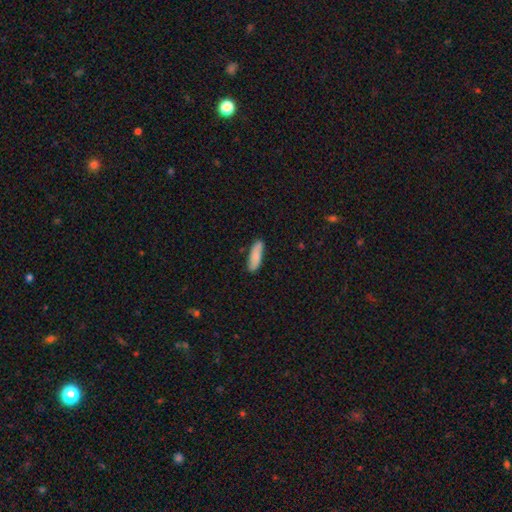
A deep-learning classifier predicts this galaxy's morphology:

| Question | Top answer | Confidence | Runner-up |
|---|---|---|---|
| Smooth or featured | smooth | 80% | featured or disk (15%) |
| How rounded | cigar-shaped | 51% | in between (47%) |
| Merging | none | 84% | minor disturbance (13%) |